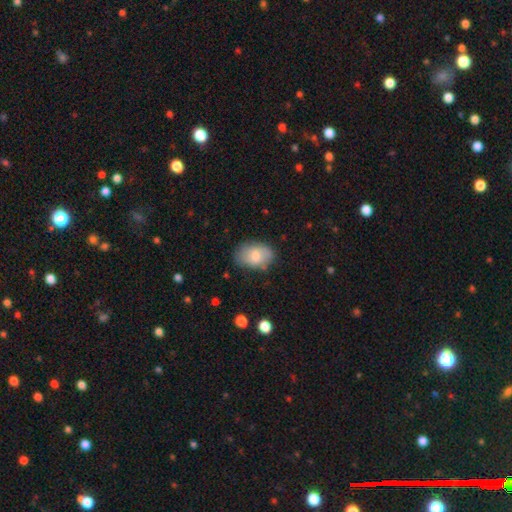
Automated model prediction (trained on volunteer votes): The model was most divided on "merging": none: 75%, minor disturbance: 19%, major disturbance: 4%, merger: 2%. More confident: how rounded — in between (85%); smooth or featured — smooth (76%).